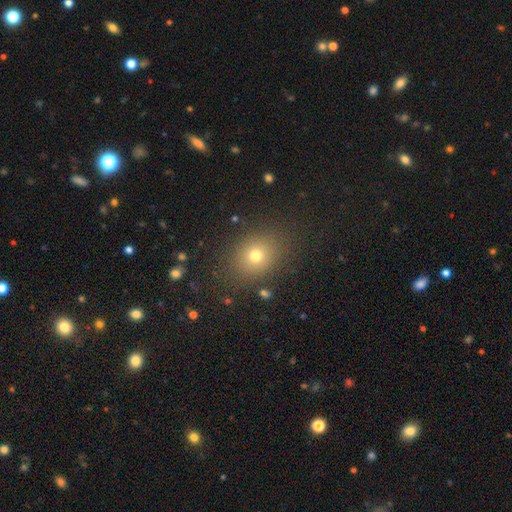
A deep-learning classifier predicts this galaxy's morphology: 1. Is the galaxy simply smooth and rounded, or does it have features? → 73% smooth, 16% star or artifact, 11% featured or disk.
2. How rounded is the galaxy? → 51% round, 48% in between, 1% cigar-shaped.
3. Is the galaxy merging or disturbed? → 84% none, 10% minor disturbance, 5% major disturbance, 2% merger.